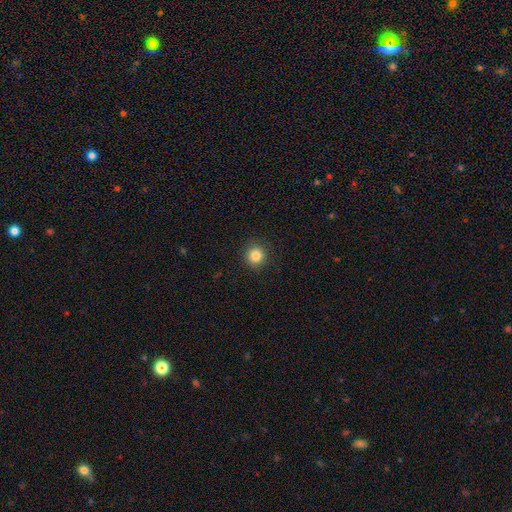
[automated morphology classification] This is clearly a smooth galaxy (85%). How rounded: clearly round (94%). Merging: clearly none (91%).